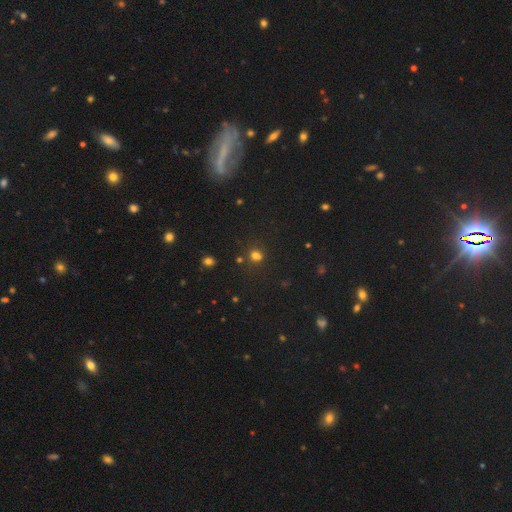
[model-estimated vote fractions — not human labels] smooth_or_featured: smooth (p=0.71) [alt: star or artifact p=0.23]
how_rounded: round (p=0.75) [alt: in between p=0.24]
merging: none (p=0.68) [alt: merger p=0.15]